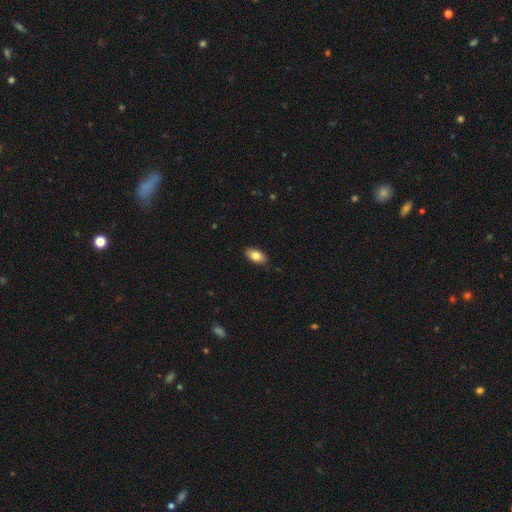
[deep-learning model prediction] The model was most divided on "smooth or featured": smooth: 80%, featured or disk: 13%, star or artifact: 7%. More confident: how rounded — in between (92%); merging — none (85%).